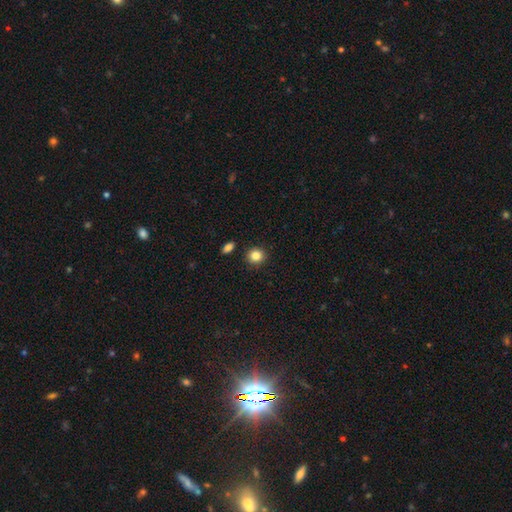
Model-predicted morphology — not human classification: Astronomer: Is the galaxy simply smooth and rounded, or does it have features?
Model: smooth — 84%.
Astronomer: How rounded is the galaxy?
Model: round — 87%.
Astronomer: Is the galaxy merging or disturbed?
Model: none — 89%.